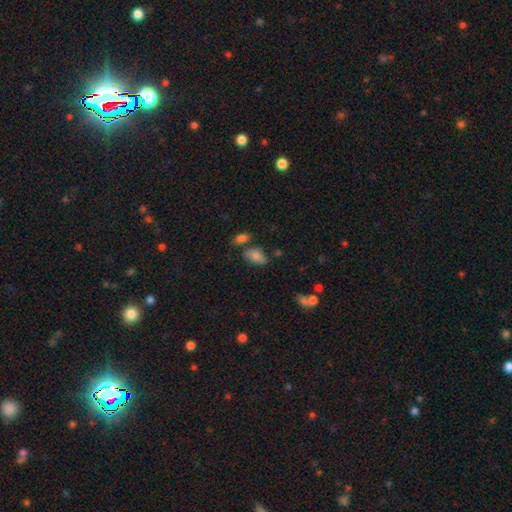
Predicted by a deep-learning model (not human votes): This is likely a smooth galaxy (73%). How rounded: clearly in between (88%). Merging: possibly none (56%).